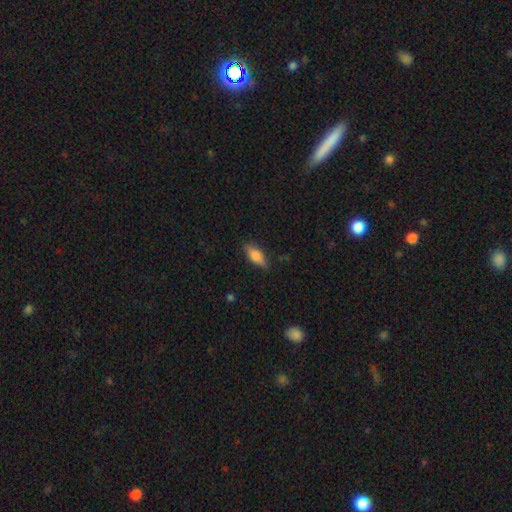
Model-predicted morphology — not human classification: A smooth galaxy with no disk features (75%) that is in between round and cigar-shaped (75%). Merging: none (80%).